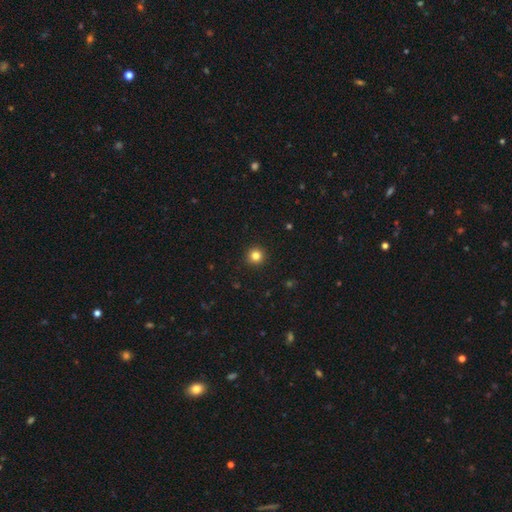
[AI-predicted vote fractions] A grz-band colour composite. It shows a smooth galaxy with no disk features (83%) that is round (95%). Merging: none (93%).